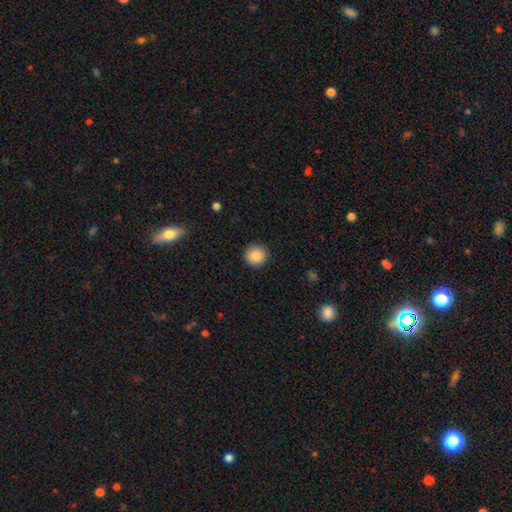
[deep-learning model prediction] smooth 87%, star or artifact 9%, featured or disk 4%. Down the decision tree: how rounded — round (94%); merging — none (92%).